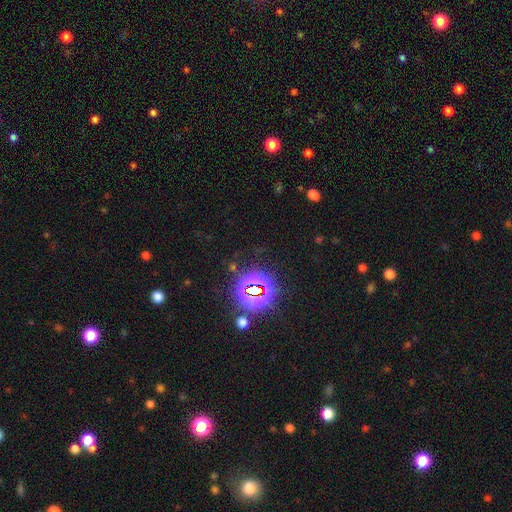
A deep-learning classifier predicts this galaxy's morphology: This is clearly a star or artifact rather than a galaxy (81%).